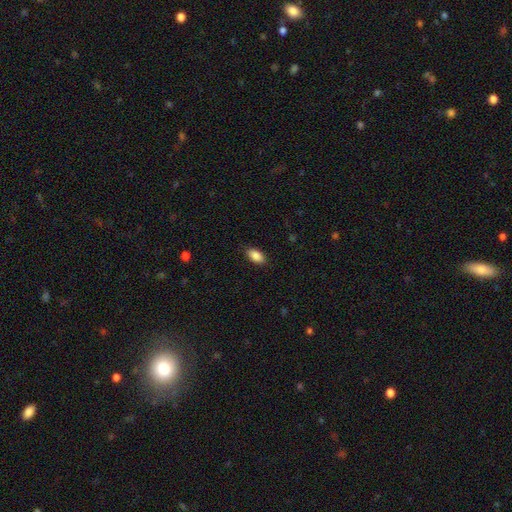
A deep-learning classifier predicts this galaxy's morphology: smooth 88%, star or artifact 7%, featured or disk 5%. Down the decision tree: how rounded — in between (92%); merging — none (86%).